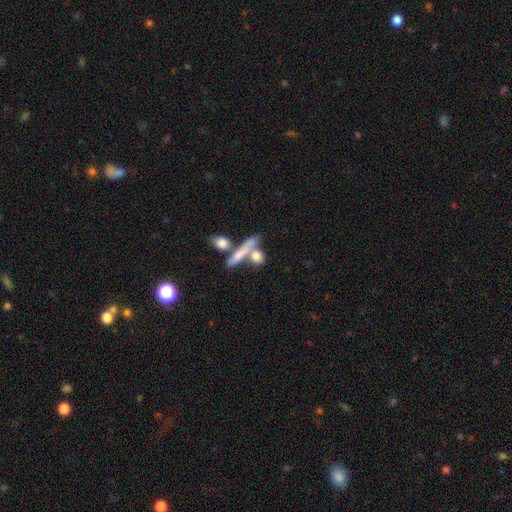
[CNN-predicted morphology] A smooth galaxy with no disk features (68%) that is cigar-shaped (43%). Merging: none (47%).